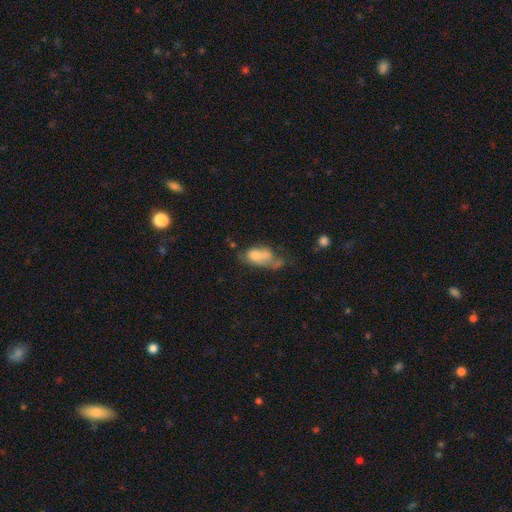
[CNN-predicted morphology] This is likely a smooth galaxy (66%). How rounded: clearly in between (87%). Merging: marginally merger (33%).